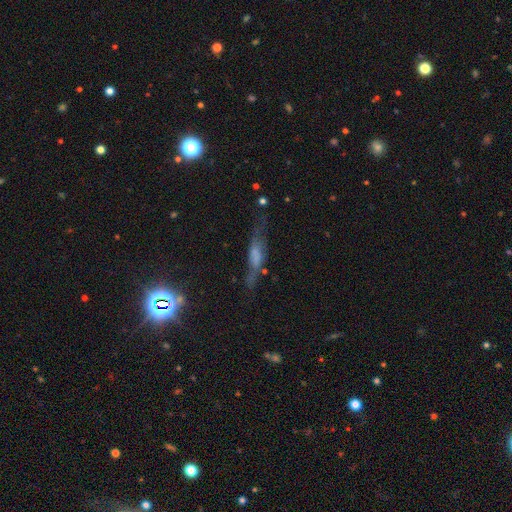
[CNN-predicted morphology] featured or disk 47%, smooth 40%, star or artifact 13%. Down the decision tree: merging — none (53%).